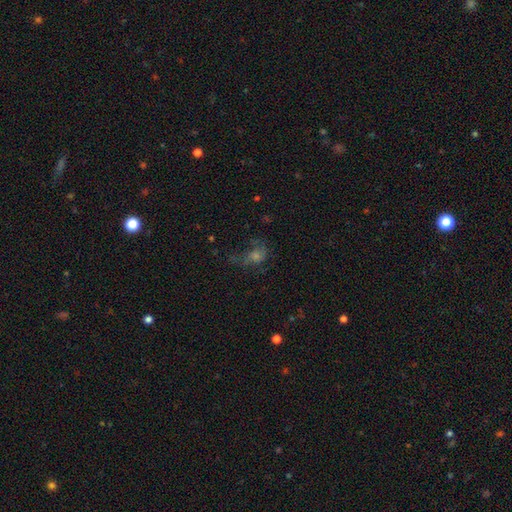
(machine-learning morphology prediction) Overall: smooth (39%; star or artifact 31%). Merging: none (38%, tied with major disturbance).